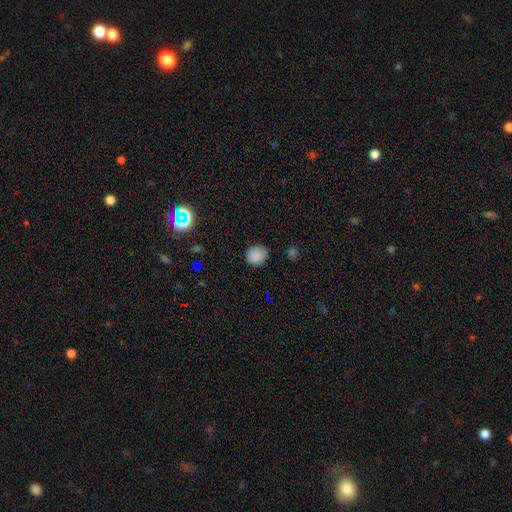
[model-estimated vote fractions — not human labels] This appears to be a smooth galaxy with no disk features (85%) that is round (83%). Merging: none (83%).